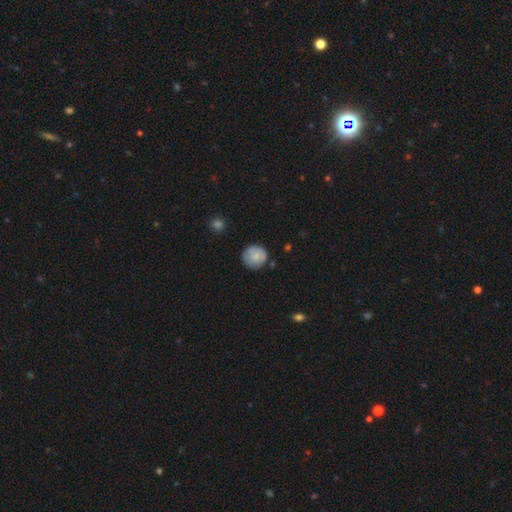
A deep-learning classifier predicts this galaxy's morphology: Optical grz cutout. It shows a smooth galaxy with no disk features (72%) that is round (90%). Merging: none (77%).